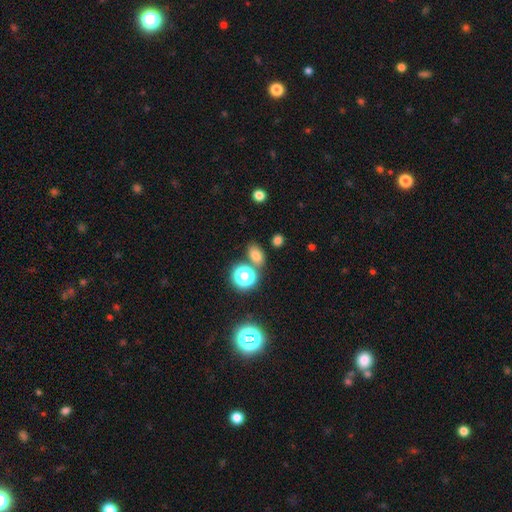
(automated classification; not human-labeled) smooth-or-featured: smooth: 72% | star or artifact: 20% | featured or disk: 7%
  how-rounded: in between: 73% | round: 26% | cigar-shaped: 2%
  merging: none: 73% | merger: 13% | minor disturbance: 11% | major disturbance: 4%